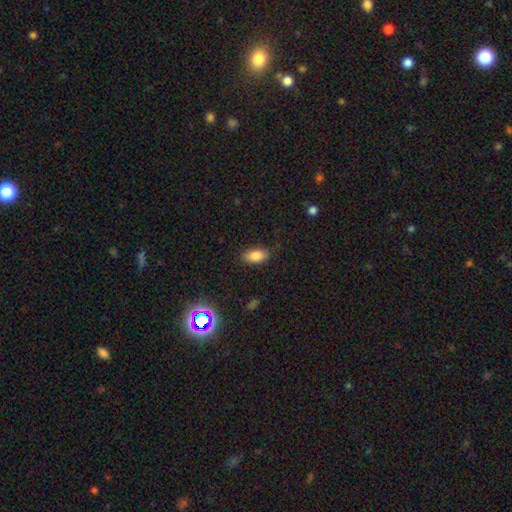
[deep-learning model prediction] This appears to be a smooth galaxy with no disk features (82%) that is in between round and cigar-shaped (91%). Merging: none (86%).